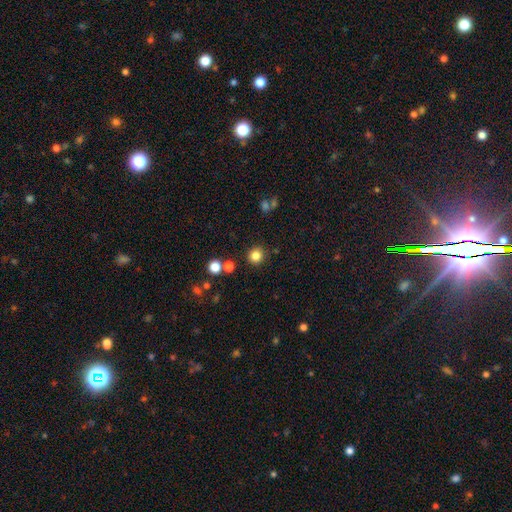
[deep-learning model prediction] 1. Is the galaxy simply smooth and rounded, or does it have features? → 82% smooth, 13% star or artifact, 5% featured or disk.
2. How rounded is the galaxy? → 91% round, 8% in between, 1% cigar-shaped.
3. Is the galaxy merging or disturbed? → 88% none, 6% minor disturbance, 4% merger, 2% major disturbance.